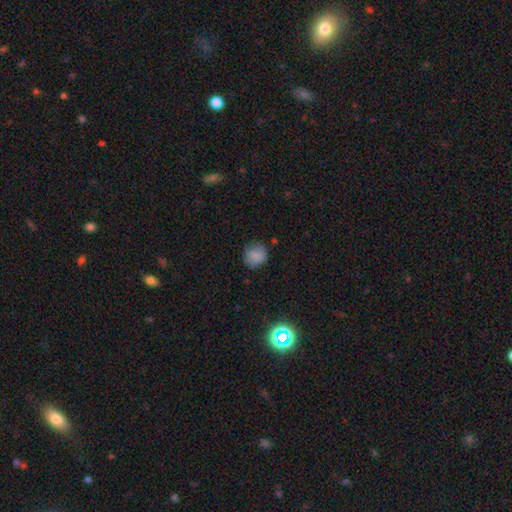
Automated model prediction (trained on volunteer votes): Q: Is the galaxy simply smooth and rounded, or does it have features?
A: smooth — 79%.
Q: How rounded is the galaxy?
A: round — 84%.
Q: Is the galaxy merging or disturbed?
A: none — 78%.